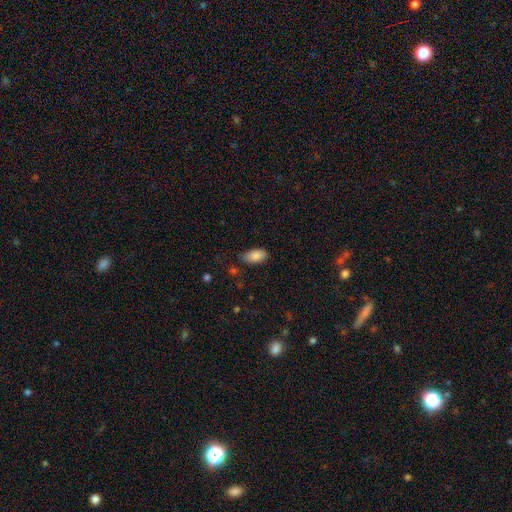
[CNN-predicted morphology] Smooth or featured? smooth (86%)
How rounded? in between (93%)
Merging? none (74%)